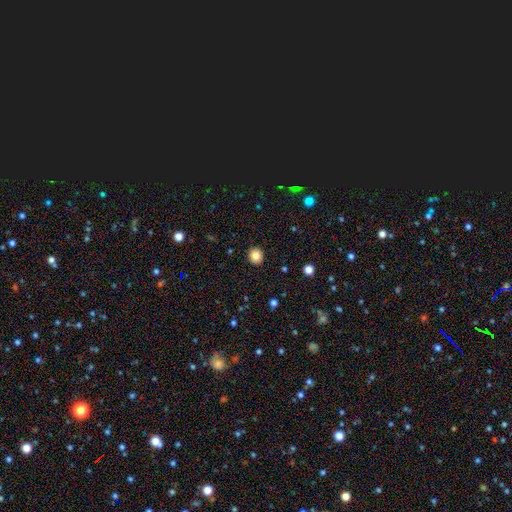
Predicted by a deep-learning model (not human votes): A smooth galaxy with no disk features (85%) that is round (87%).

Vote fractions:
- Smooth or featured? smooth: 85% / star or artifact: 11% / featured or disk: 4%
- How rounded? round: 87% / in between: 13% / cigar-shaped: 1%
- Merging? none: 92% / minor disturbance: 5% / major disturbance: 2% / merger: 1%